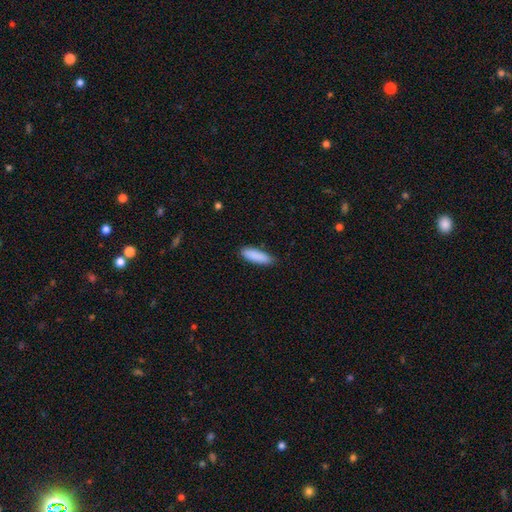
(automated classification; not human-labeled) Morphology: type=smooth (89%); roundness=in between (49%, tied with cigar-shaped); merging=none (82%).